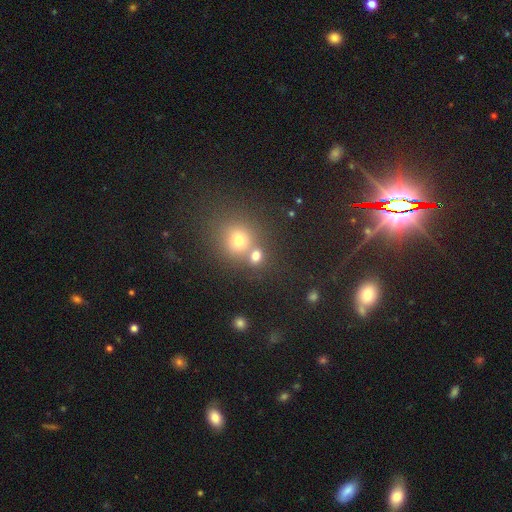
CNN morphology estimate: smooth-or-featured: smooth: 72% | star or artifact: 19% | featured or disk: 9%
  how-rounded: round: 74% | in between: 24% | cigar-shaped: 1%
  merging: none: 51% | merger: 38% | minor disturbance: 8% | major disturbance: 4%